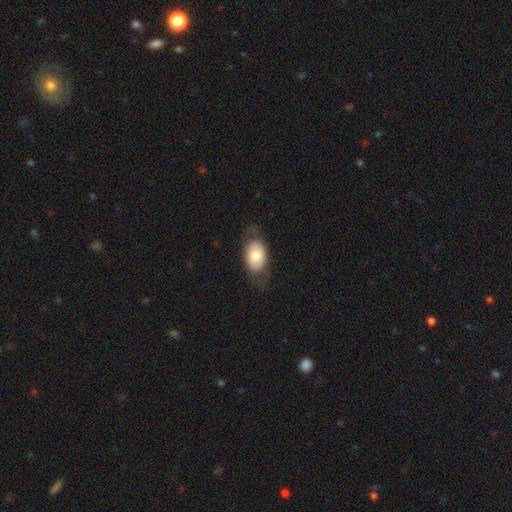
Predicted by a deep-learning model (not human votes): smooth-or-featured: smooth: 66% | featured or disk: 28% | star or artifact: 6%
  how-rounded: in between: 88% | round: 11% | cigar-shaped: 1%
  merging: none: 71% | minor disturbance: 19% | major disturbance: 10% | merger: 1%